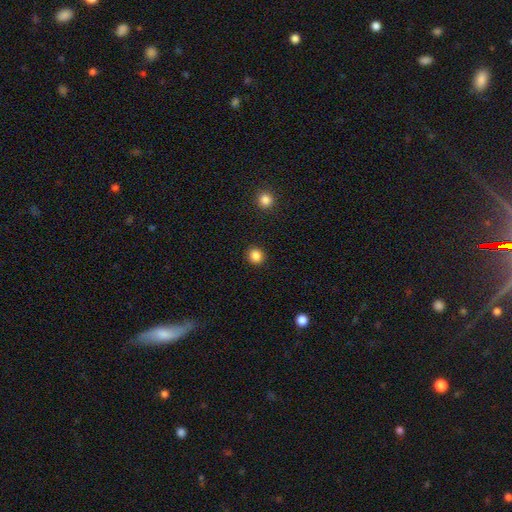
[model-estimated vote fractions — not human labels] smooth-or-featured: smooth: 86% | star or artifact: 11% | featured or disk: 3%
  how-rounded: round: 88% | in between: 12% | cigar-shaped: 1%
  merging: none: 92% | minor disturbance: 5% | major disturbance: 2% | merger: 1%